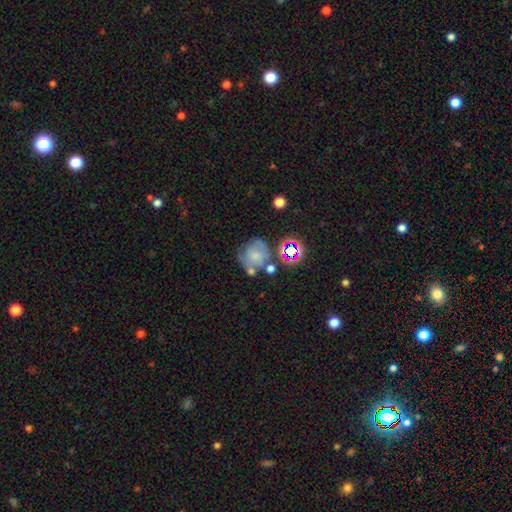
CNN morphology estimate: Smooth or featured: smooth — 49% (featured or disk — 34%)
Merging: none — 45% (minor disturbance — 22%)